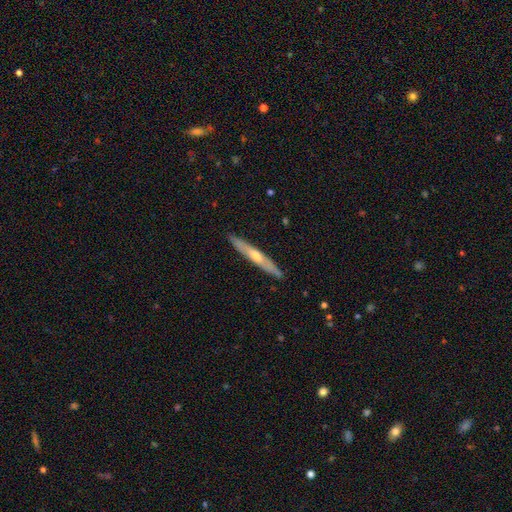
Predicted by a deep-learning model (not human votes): Smooth or featured? Predicted: featured or disk (p=0.59). Edge-on disk? Predicted: yes (p=0.92). Edge-on bulge? Predicted: rounded (p=0.72). Merging? Predicted: none (p=0.90).